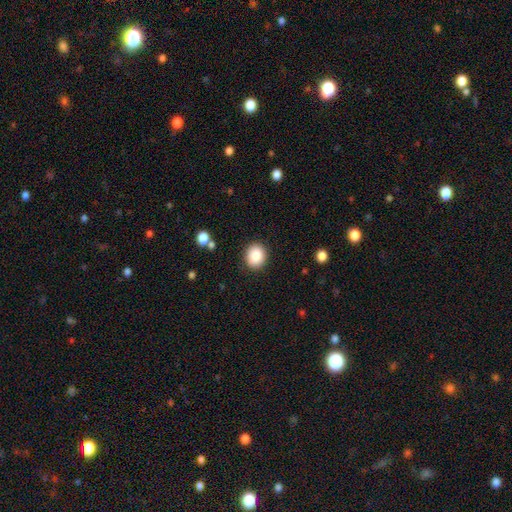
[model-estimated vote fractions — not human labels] Smooth or featured? smooth (86%)
How rounded? round (68%)
Merging? none (89%)